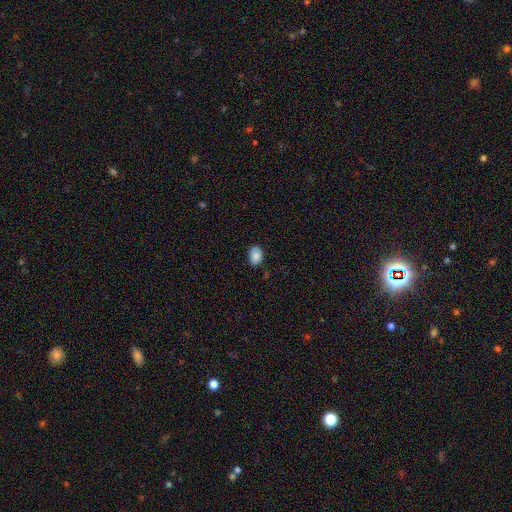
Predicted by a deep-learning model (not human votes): Overall: smooth (88%). How rounded: in between (78%). Merging: none (83%).